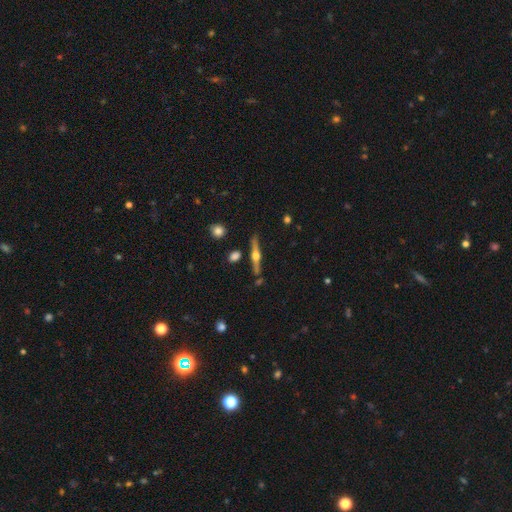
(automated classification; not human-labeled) A featured or disk galaxy (76%) viewed edge-on (97%) with a rounded central bulge (95%). Merging: none (82%).